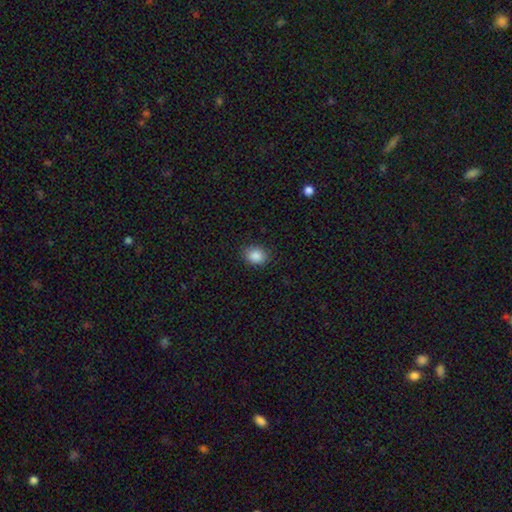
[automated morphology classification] This appears to be a smooth galaxy with no disk features (88%) that is in between round and cigar-shaped (52%). Merging: none (88%).